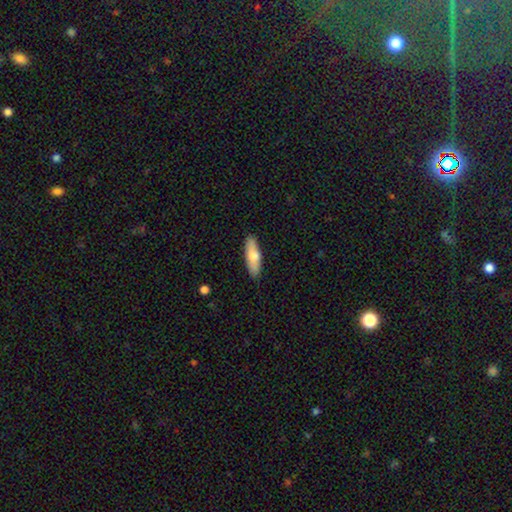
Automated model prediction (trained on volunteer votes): Smooth or featured? Predicted: smooth (p=0.72). How rounded? Predicted: in between (p=0.52). Merging? Predicted: none (p=0.86).